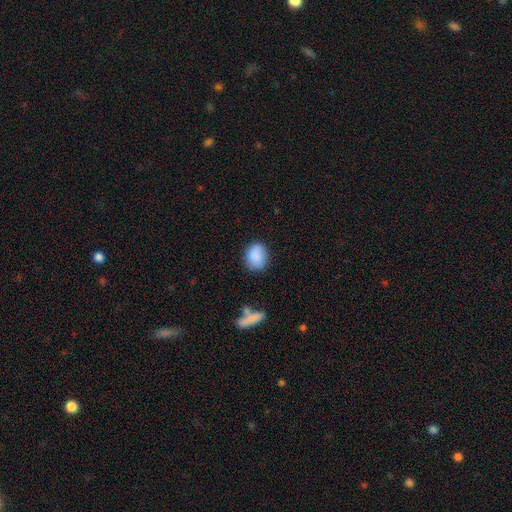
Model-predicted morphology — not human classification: Overall: smooth (87%). How rounded: in between (52%; round 47%). Merging: none (76%).